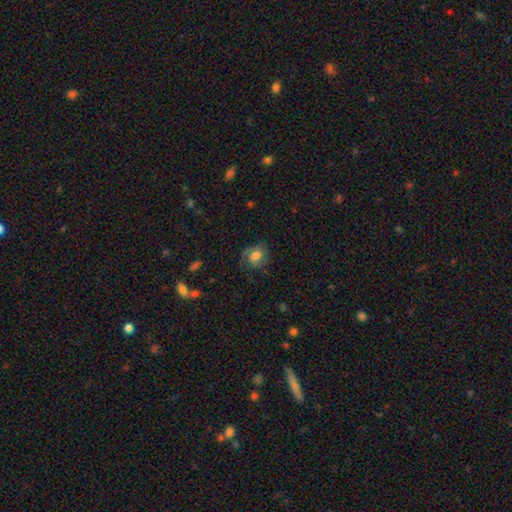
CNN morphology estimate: smooth-or-featured: featured or disk: 53% | smooth: 37% | star or artifact: 9%
  disk-edge-on: no: 96% | yes: 4%
    bar: no: 57% | weak: 35% | strong: 8%
    has-spiral-arms: yes: 83% | no: 17%
    bulge-size: moderate: 52% | large: 27% | small: 14% | none: 4% | dominant: 3%
  merging: none: 66% | minor disturbance: 20% | major disturbance: 13% | merger: 1%